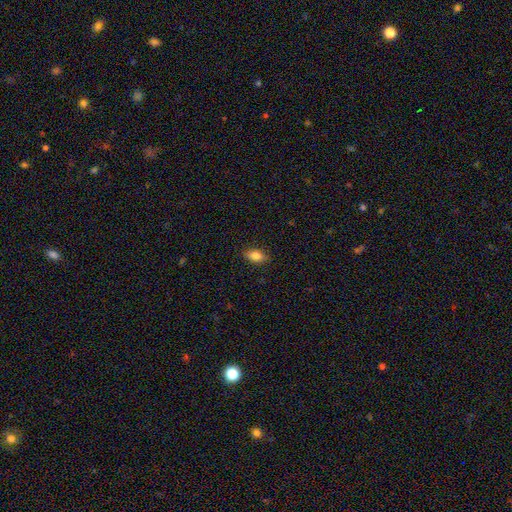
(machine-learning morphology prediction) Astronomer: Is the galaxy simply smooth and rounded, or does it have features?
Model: smooth — 80%.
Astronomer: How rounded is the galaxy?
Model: in between — 87%.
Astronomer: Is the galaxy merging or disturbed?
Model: none — 88%.